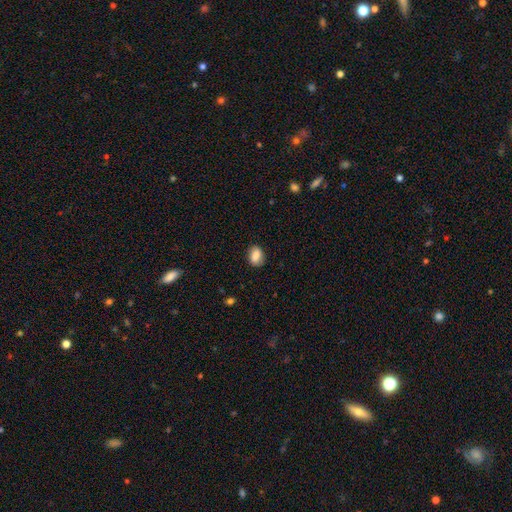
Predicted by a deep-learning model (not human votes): A smooth galaxy with no disk features (80%) that is in between round and cigar-shaped (75%).

Vote fractions:
- Smooth or featured? smooth: 80% / featured or disk: 12% / star or artifact: 8%
- How rounded? in between: 75% / round: 24% / cigar-shaped: 2%
- Merging? none: 85% / minor disturbance: 11% / major disturbance: 3% / merger: 1%